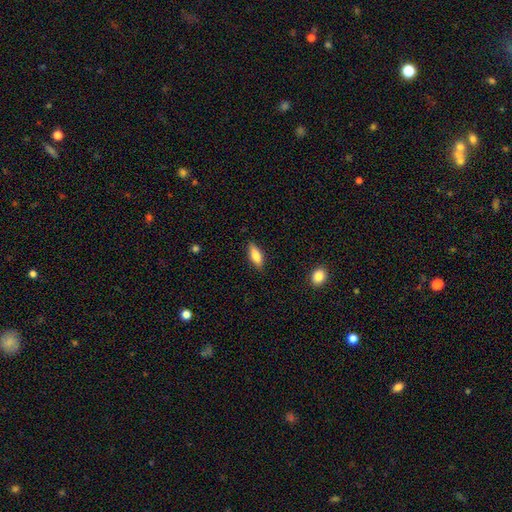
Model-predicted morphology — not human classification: A smooth galaxy with no disk features (74%) that is in between round and cigar-shaped (69%). Merging: none (85%).